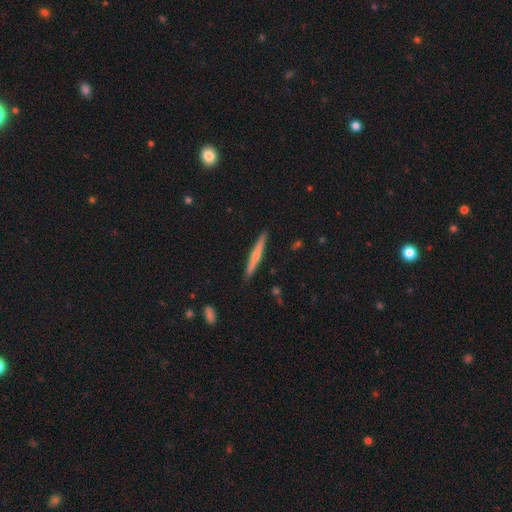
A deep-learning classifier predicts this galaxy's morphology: featured or disk 50%, smooth 44%, star or artifact 6%. Down the decision tree: merging — none (90%).